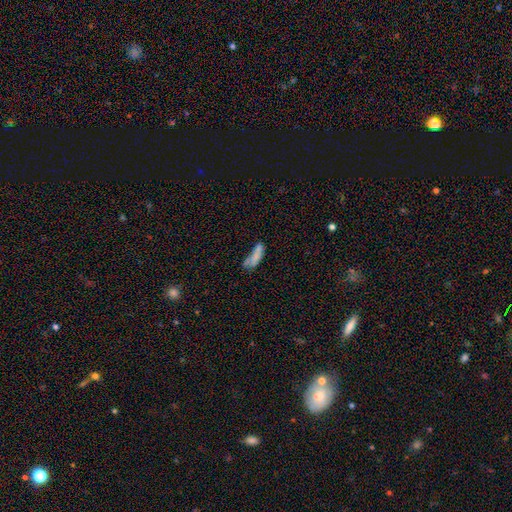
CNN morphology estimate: Smooth or featured? Predicted: smooth (p=0.72). How rounded? Predicted: in between (p=0.51). Merging? Predicted: none (p=0.35).